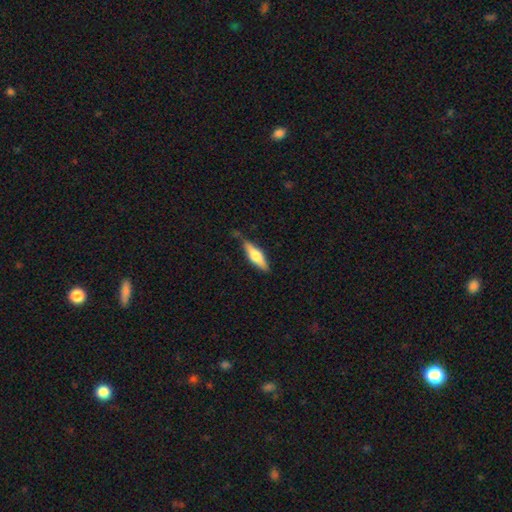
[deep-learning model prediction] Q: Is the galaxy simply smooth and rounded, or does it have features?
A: featured or disk — 47%, tied with smooth.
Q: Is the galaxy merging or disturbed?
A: none — 81%.